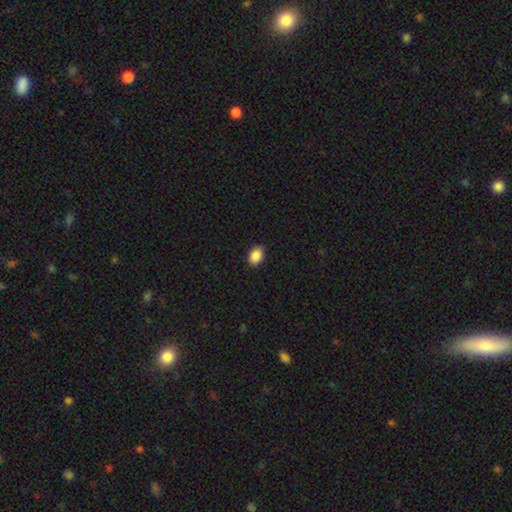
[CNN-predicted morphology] Overall: smooth (89%). How rounded: in between (78%). Merging: none (90%).